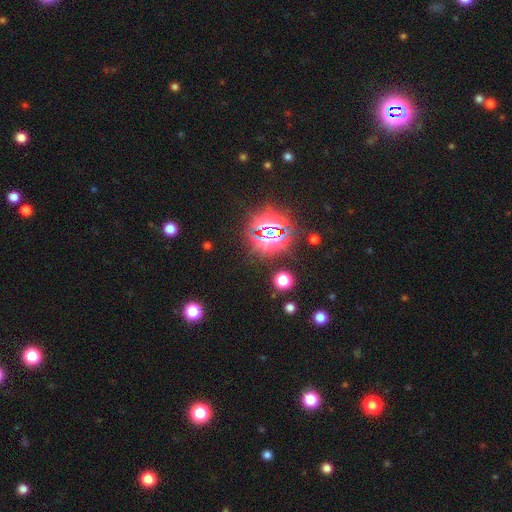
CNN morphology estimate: Smooth or featured: star or artifact — 79% (smooth — 15%)